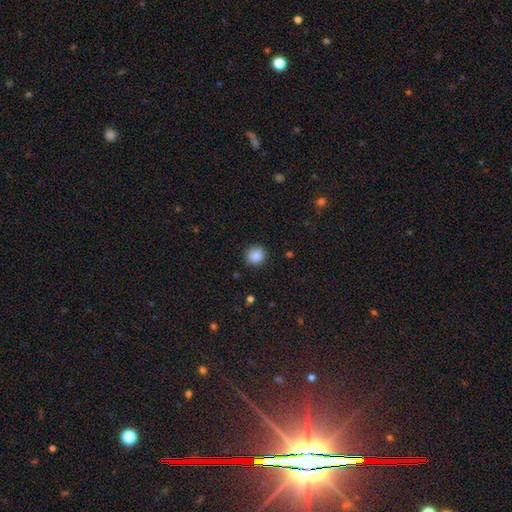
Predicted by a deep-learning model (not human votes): Q: Smooth or featured?
A: smooth (88%); runner-up: star or artifact (9%)
Q: How rounded?
A: round (85%); runner-up: in between (14%)
Q: Merging?
A: none (89%); runner-up: minor disturbance (7%)